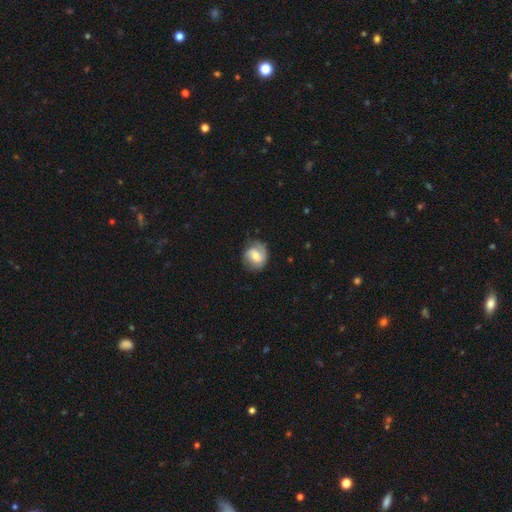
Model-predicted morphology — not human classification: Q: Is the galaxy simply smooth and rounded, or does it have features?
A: featured or disk — 58%.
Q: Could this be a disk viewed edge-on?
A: no — 97%.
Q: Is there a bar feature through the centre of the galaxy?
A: weak — 52%.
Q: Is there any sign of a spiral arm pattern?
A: yes — 85%.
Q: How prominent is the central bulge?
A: moderate — 56%.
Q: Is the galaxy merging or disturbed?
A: none — 71%.